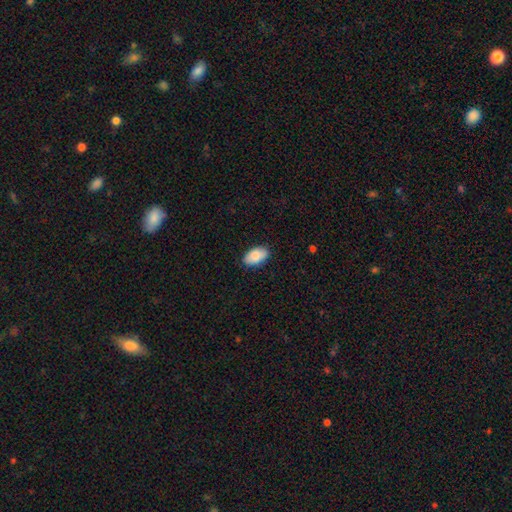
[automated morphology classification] A smooth galaxy with no disk features (84%) that is in between round and cigar-shaped (94%). Merging: none (83%).